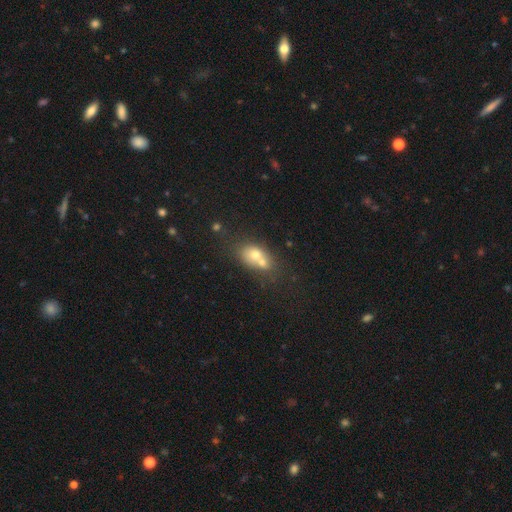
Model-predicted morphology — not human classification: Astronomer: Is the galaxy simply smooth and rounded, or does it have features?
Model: smooth — 63%.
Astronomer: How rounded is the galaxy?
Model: in between — 58% (runner-up: round, 40%).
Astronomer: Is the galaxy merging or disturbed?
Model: merger — 60%.